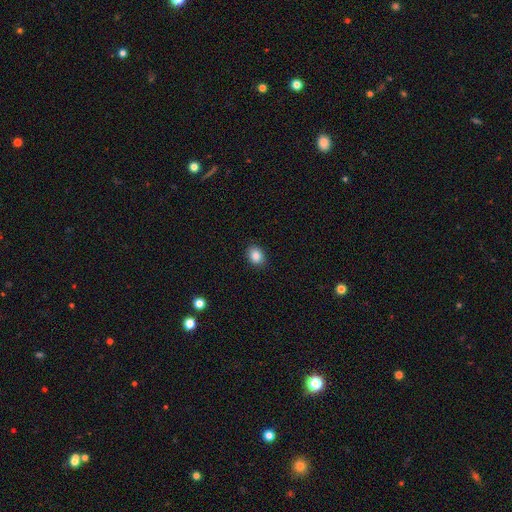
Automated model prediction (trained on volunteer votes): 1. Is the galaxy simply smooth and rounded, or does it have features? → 86% smooth, 9% star or artifact, 5% featured or disk.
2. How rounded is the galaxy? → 56% in between, 43% round, 1% cigar-shaped.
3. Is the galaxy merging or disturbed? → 90% none, 7% minor disturbance, 2% major disturbance, 1% merger.